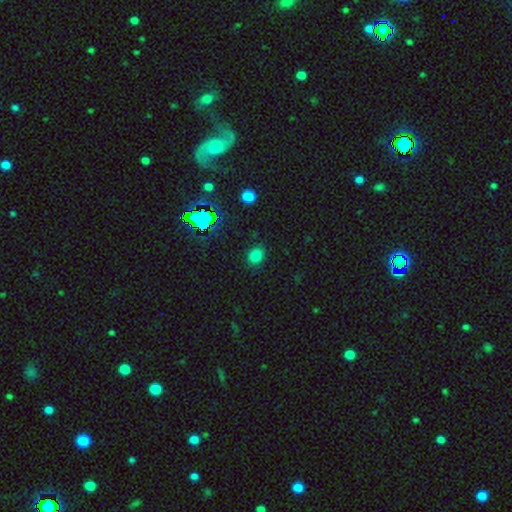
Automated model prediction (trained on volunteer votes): smooth_or_featured: smooth (p=0.76) [alt: star or artifact p=0.20]
how_rounded: round (p=0.70) [alt: in between p=0.28]
merging: none (p=0.87) [alt: minor disturbance p=0.09]